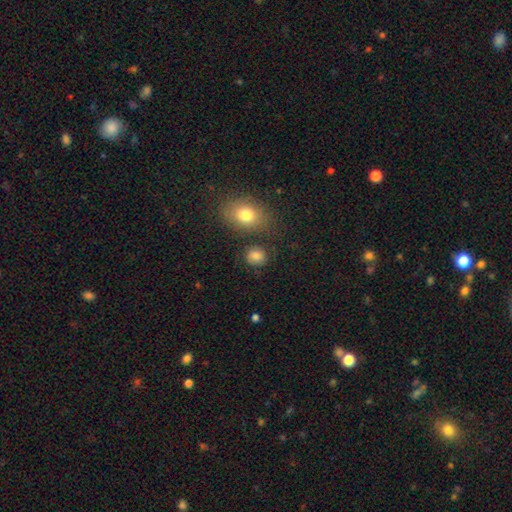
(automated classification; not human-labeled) The model was most divided on "how rounded": round: 70%, in between: 29%, cigar-shaped: 1%. More confident: smooth or featured — smooth (81%); merging — none (78%).